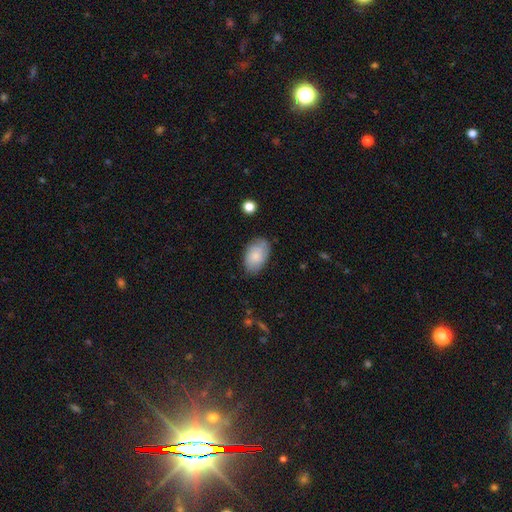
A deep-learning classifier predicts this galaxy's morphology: This is likely a smooth galaxy (72%). How rounded: clearly in between (91%). Merging: likely none (73%).